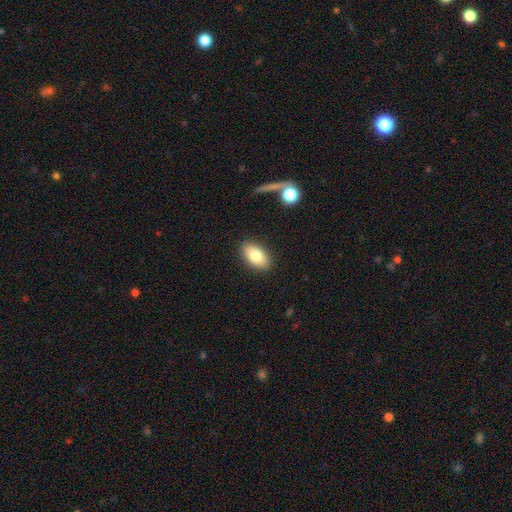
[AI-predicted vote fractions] This appears to be a smooth galaxy with no disk features (80%) that is in between round and cigar-shaped (92%). Merging: none (88%).